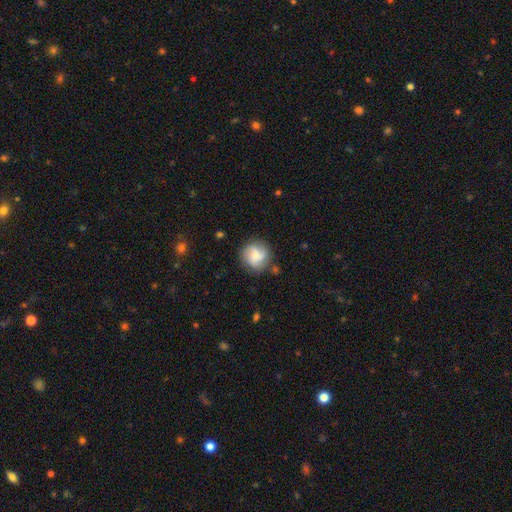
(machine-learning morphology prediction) A smooth galaxy with no disk features (50%) that is round (91%). Merging: none (78%).